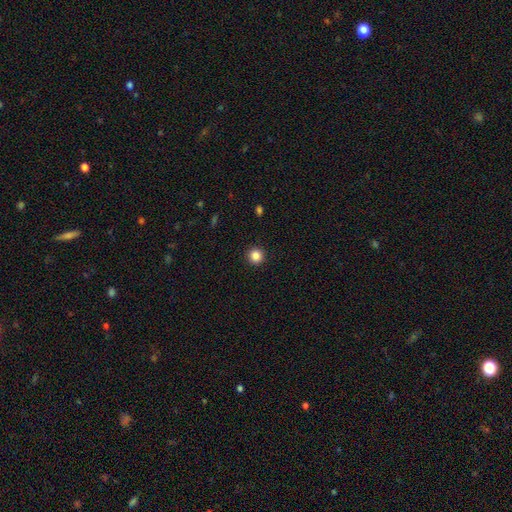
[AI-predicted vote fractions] Q: Smooth or featured?
A: smooth (85%); runner-up: star or artifact (11%)
Q: How rounded?
A: round (95%); runner-up: in between (4%)
Q: Merging?
A: none (93%); runner-up: minor disturbance (5%)